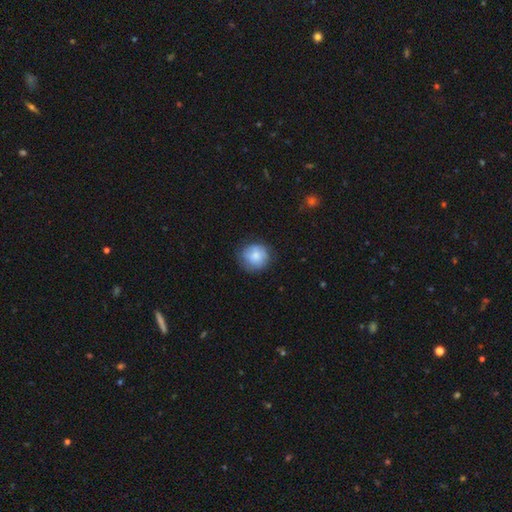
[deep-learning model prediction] Morphology: type=smooth (77%); roundness=round (90%); merging=none (78%).